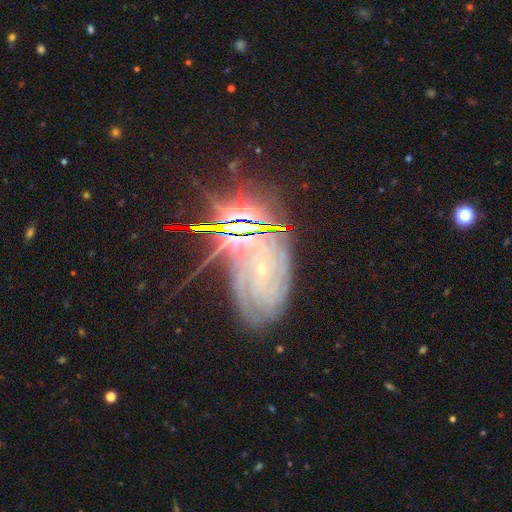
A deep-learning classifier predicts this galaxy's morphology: featured or disk 63%, star or artifact 27%, smooth 10%. Down the decision tree: edge-on disk — no (92%); bar — no (61%); spiral arms — yes (94%); spiral arm count — can't tell (32%); spiral winding — tight (79%); bulge size — small (83%); merging — none (65%).